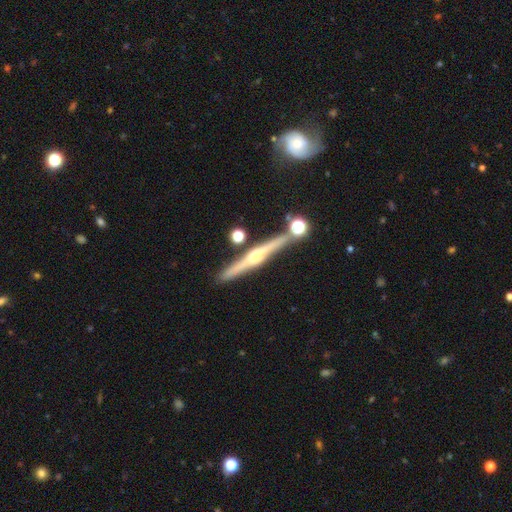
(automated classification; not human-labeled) The model was most divided on "smooth or featured": featured or disk: 77%, smooth: 15%, star or artifact: 7%. More confident: edge-on disk — yes (98%); edge-on bulge — rounded (81%); merging — none (81%).